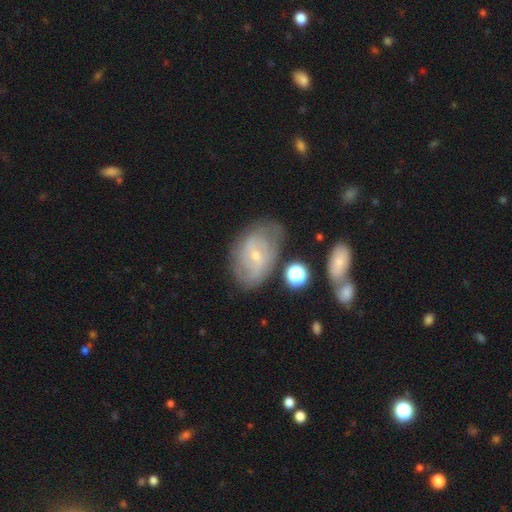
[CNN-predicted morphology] Smooth or featured?
  - featured or disk: 71% *
  - smooth: 22%
  - star or artifact: 8%
Edge-on disk?
  - no: 95% *
  - yes: 5%
Bar?
  - weak: 45% *
  - no: 44%
  - strong: 11%
Spiral arms?
  - yes: 82% *
  - no: 18%
Spiral winding?
  - tight: 45% *
  - medium: 38%
  - loose: 18%
Spiral arm count?
  - 2: 42% *
  - can't tell: 39%
  - 3: 8%
  - 4: 4%
  - 1: 4%
  - more than 4: 3%
Bulge size?
  - small: 69% *
  - moderate: 27%
  - none: 1%
  - large: 1%
  - dominant: 1%
Merging?
  - none: 64% *
  - minor disturbance: 22%
  - major disturbance: 10%
  - merger: 4%